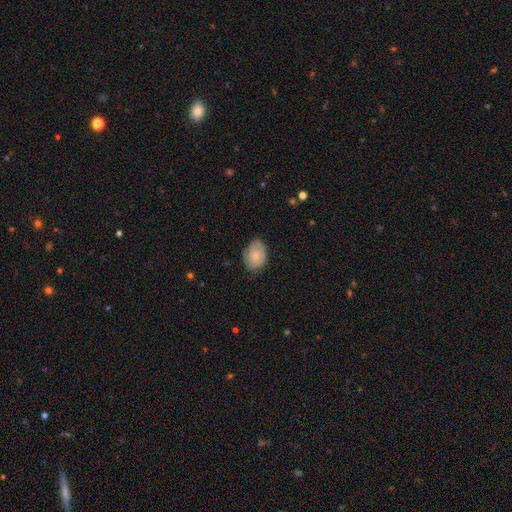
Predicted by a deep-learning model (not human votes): Smooth or featured: smooth — 72% (featured or disk — 21%)
How rounded: in between — 71% (round — 28%)
Merging: none — 71% (minor disturbance — 23%)